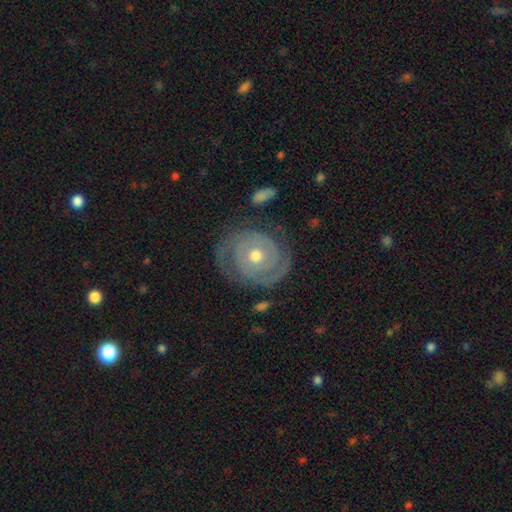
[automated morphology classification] This is clearly a featured or disk galaxy (87%). It is clearly not viewed edge-on (97%). Bar: likely no (78%). Spiral arm pattern: clearly yes (95%). Spiral arm count: likely 2 (75%). Spiral winding: clearly tight (81%). Central bulge: likely moderate (68%). Merging: clearly none (81%).